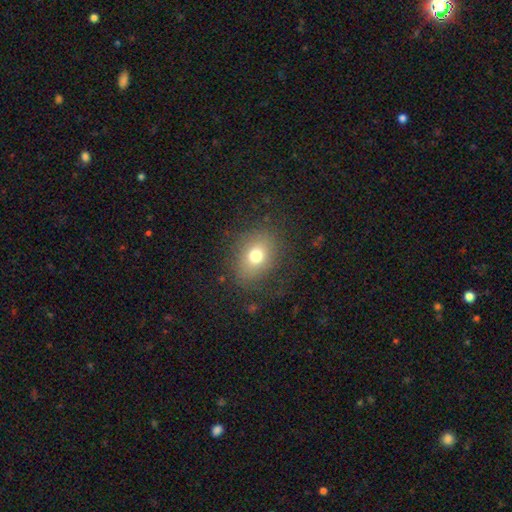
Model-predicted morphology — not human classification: smooth_or_featured: smooth (p=0.72) [alt: featured or disk p=0.14]
how_rounded: in between (p=0.50) [alt: round p=0.49]
merging: none (p=0.74) [alt: minor disturbance p=0.15]